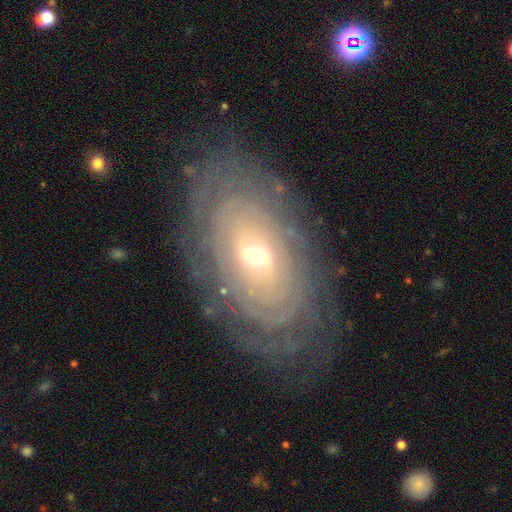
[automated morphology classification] Smooth or featured?
  - featured or disk: 80% *
  - smooth: 14%
  - star or artifact: 7%
Edge-on disk?
  - no: 93% *
  - yes: 7%
Bar?
  - no: 55% *
  - weak: 33%
  - strong: 12%
Spiral arms?
  - yes: 84% *
  - no: 16%
Spiral winding?
  - tight: 85% *
  - medium: 11%
  - loose: 4%
Spiral arm count?
  - can't tell: 58% *
  - more than 4: 12%
  - 2: 10%
  - 4: 8%
  - 3: 7%
  - 1: 4%
Bulge size?
  - small: 49% *
  - moderate: 47%
  - large: 3%
  - dominant: 1%
  - none: 1%
Merging?
  - none: 79% *
  - minor disturbance: 14%
  - major disturbance: 5%
  - merger: 1%